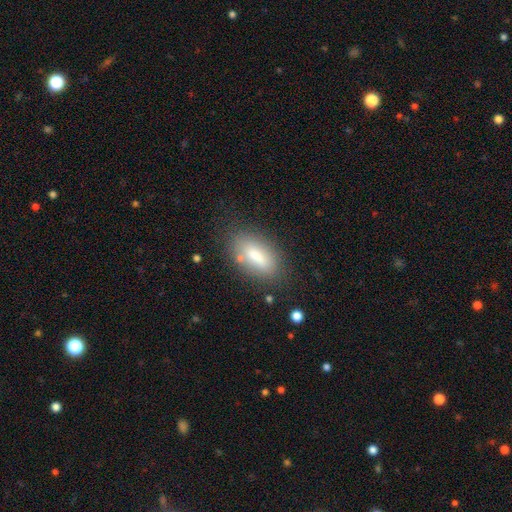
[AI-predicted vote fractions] Smooth or featured: smooth — 73% (featured or disk — 18%)
How rounded: in between — 83% (cigar-shaped — 14%)
Merging: none — 75% (minor disturbance — 15%)